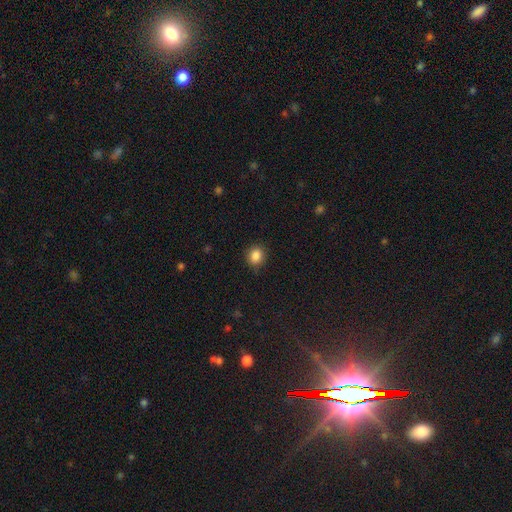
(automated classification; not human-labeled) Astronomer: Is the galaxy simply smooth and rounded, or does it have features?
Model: smooth — 86%.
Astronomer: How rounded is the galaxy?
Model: round — 75%.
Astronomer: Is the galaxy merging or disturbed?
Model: none — 87%.